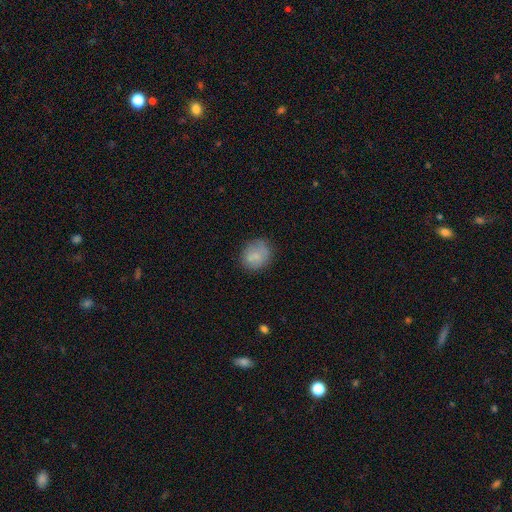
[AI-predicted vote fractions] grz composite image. It shows a smooth galaxy with no disk features (76%) that is round (69%). Merging: none (68%).